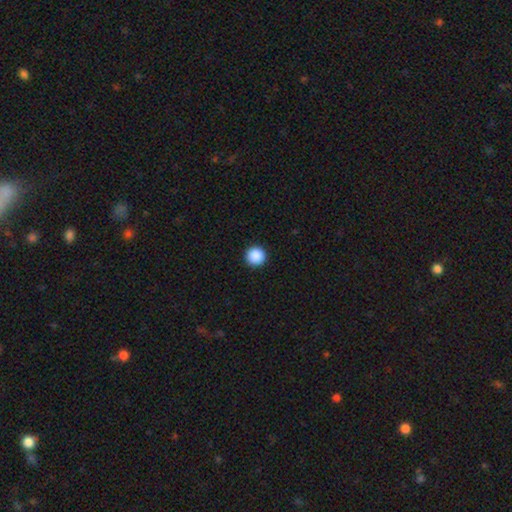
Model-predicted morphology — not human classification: A smooth galaxy with no disk features (89%) that is round (97%).

Vote fractions:
- Smooth or featured? smooth: 89% / star or artifact: 9% / featured or disk: 2%
- How rounded? round: 97% / in between: 2% / cigar-shaped: 1%
- Merging? none: 94% / minor disturbance: 4% / major disturbance: 1% / merger: 1%